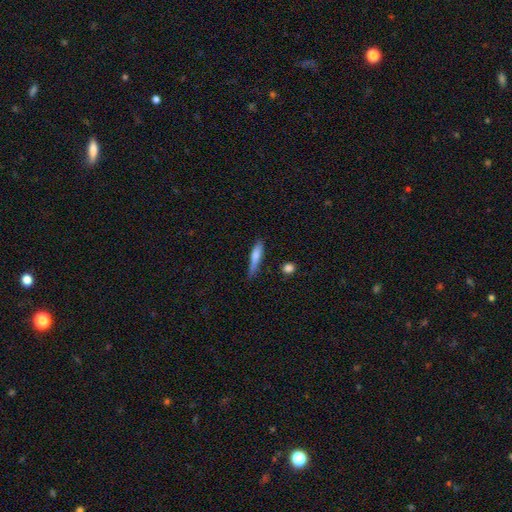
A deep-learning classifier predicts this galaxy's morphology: smooth_or_featured: smooth (p=0.69) [alt: featured or disk p=0.24]
how_rounded: cigar-shaped (p=0.85) [alt: in between p=0.13]
merging: none (p=0.66) [alt: minor disturbance p=0.25]